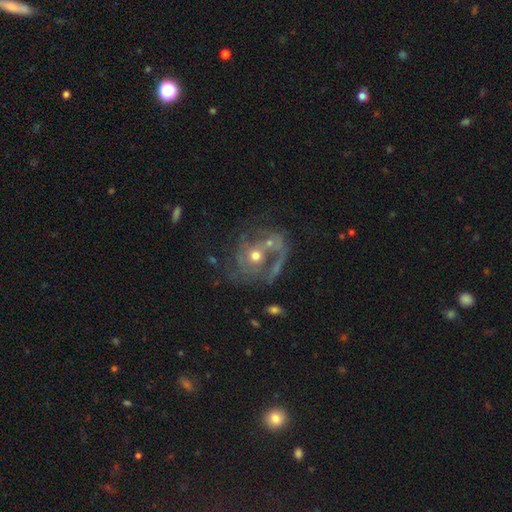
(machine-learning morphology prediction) Smooth or featured? Predicted: featured or disk (p=0.72). Edge-on disk? Predicted: no (p=0.97). Bar? Predicted: no (p=0.79). Spiral arms? Predicted: yes (p=0.66). Bulge size? Predicted: moderate (p=0.67). Merging? Predicted: none (p=0.37).